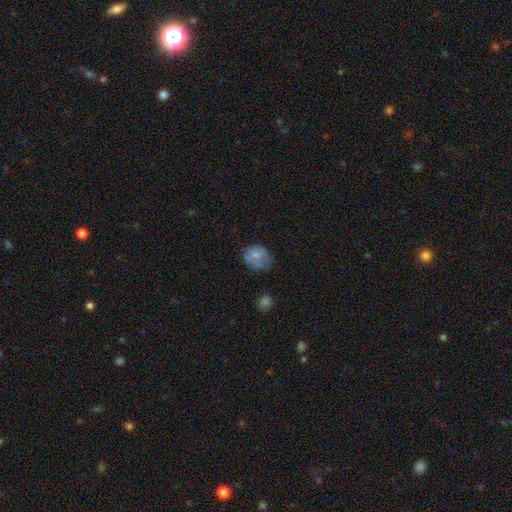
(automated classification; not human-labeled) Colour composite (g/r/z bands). It shows a smooth galaxy with no disk features (73%) that is round (57%). Merging: none (52%).